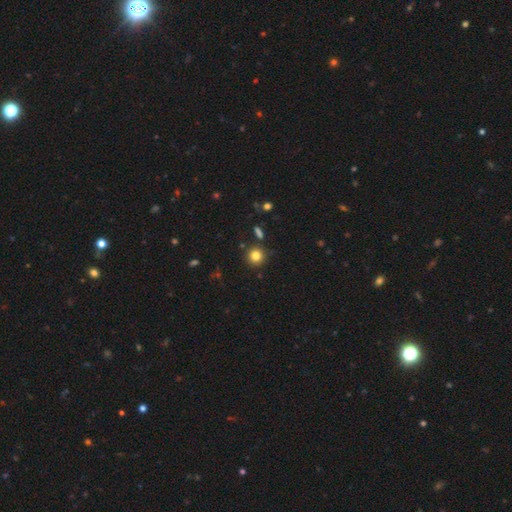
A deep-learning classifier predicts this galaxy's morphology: smooth 81%, star or artifact 13%, featured or disk 6%. Down the decision tree: how rounded — round (93%); merging — none (86%).